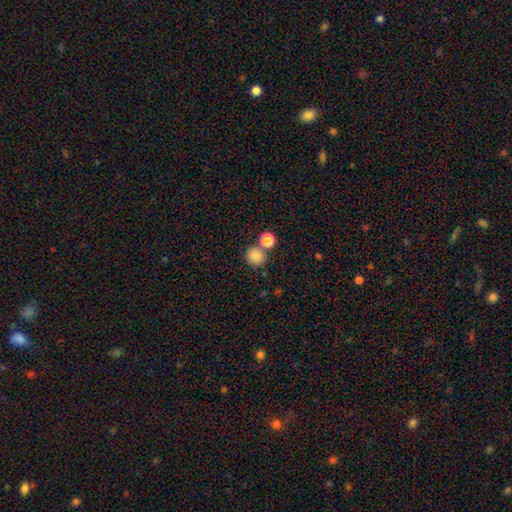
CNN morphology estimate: Smooth or featured? Predicted: smooth (p=0.83). How rounded? Predicted: round (p=0.88). Merging? Predicted: none (p=0.68).